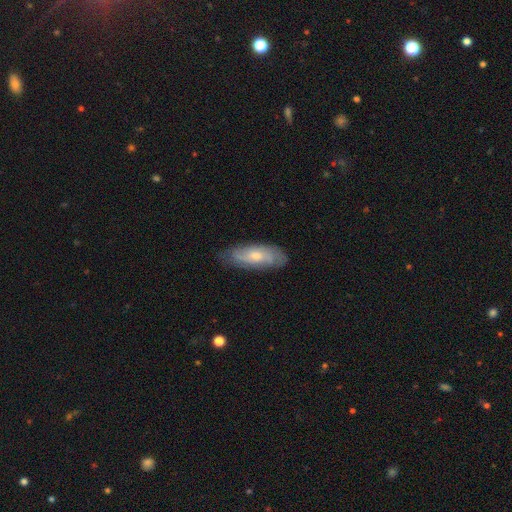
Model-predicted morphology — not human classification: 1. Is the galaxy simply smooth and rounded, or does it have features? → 56% featured or disk, 37% smooth, 6% star or artifact.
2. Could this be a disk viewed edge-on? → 81% no, 19% yes.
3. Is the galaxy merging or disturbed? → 78% none, 17% minor disturbance, 3% major disturbance, 1% merger.